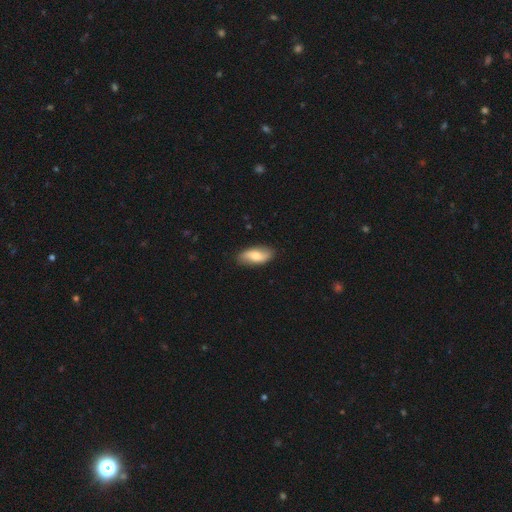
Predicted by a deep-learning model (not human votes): smooth 58%, featured or disk 36%, star or artifact 6%. Down the decision tree: how rounded — in between (86%); merging — none (85%).